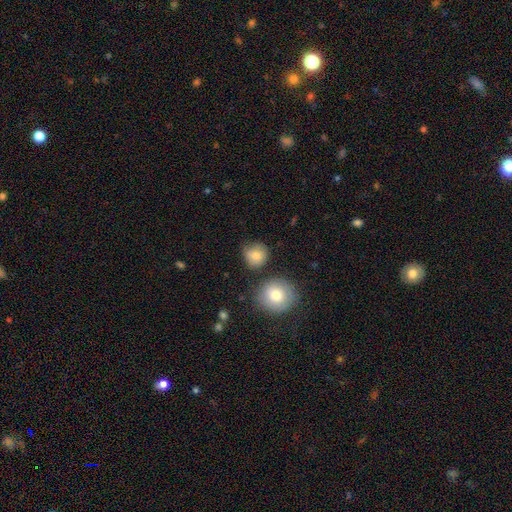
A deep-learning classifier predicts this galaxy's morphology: smooth_or_featured: smooth (p=0.83) [alt: star or artifact p=0.09]
how_rounded: round (p=0.85) [alt: in between p=0.14]
merging: none (p=0.68) [alt: minor disturbance p=0.18]